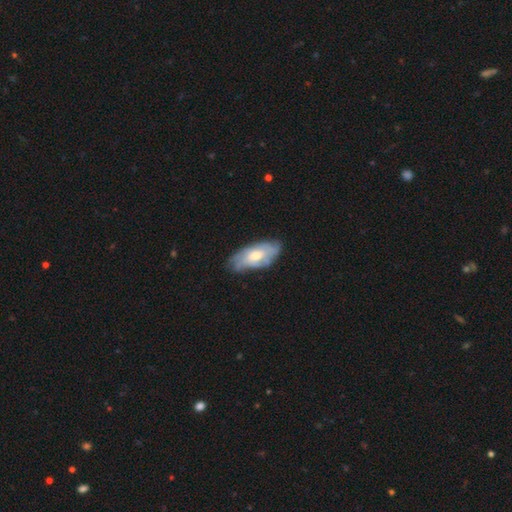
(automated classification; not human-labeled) Morphology: type=featured or disk (60%); edge-on=no (89%); bar=no (65%); spiral arms=yes (77%); bulge=moderate (64%); merging=none (64%).